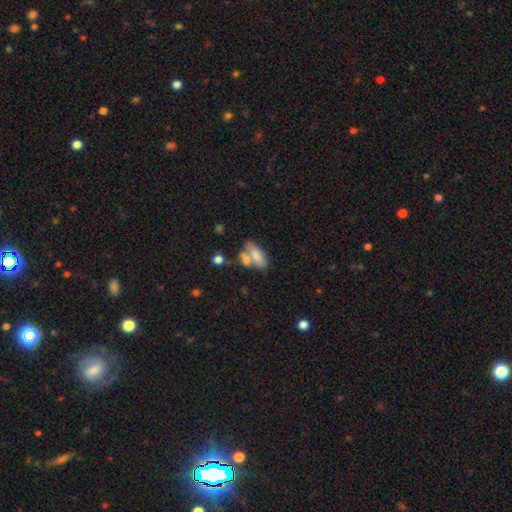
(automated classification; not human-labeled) This appears to be a smooth galaxy with no disk features (72%) that is in between round and cigar-shaped (81%). Merging: merger (43%).